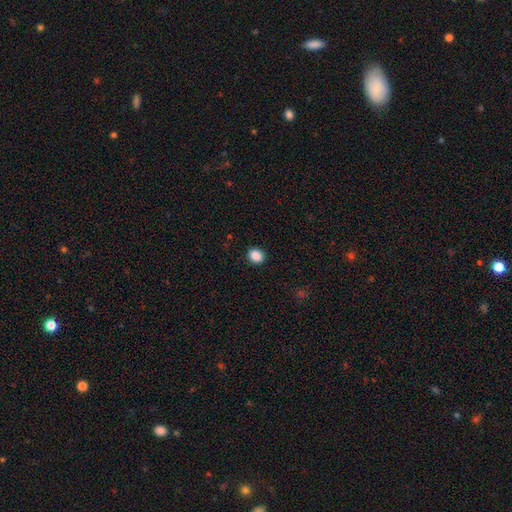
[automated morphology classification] Overall: smooth (88%). How rounded: round (61%; in between 38%). Merging: none (90%).